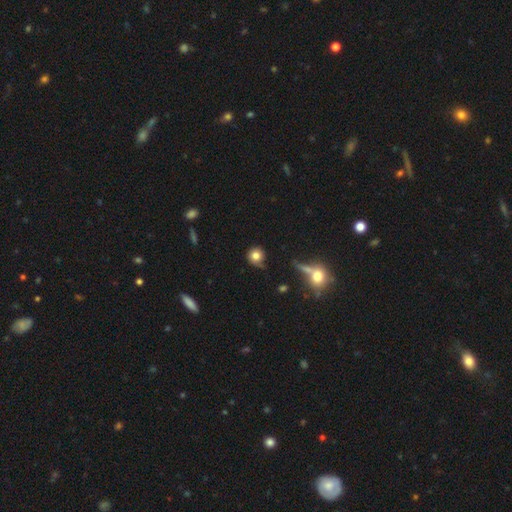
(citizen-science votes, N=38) smooth 82%, featured or disk 16%, star or artifact 3%. Down the decision tree: how rounded — round (97%); merging — none (57%).